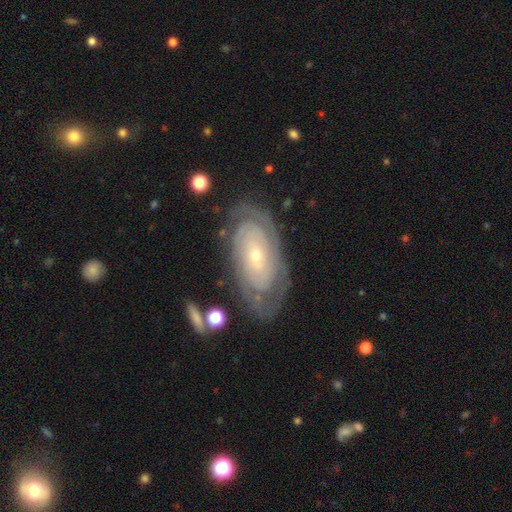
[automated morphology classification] smooth-or-featured: featured or disk: 81% | smooth: 13% | star or artifact: 6%
  disk-edge-on: no: 94% | yes: 6%
    bar: no: 78% | weak: 16% | strong: 6%
    has-spiral-arms: yes: 86% | no: 14%
      spiral-winding: tight: 82% | medium: 14% | loose: 4%
      spiral-arm-count: can't tell: 52% | 2: 21% | 3: 9% | 4: 7% | 1: 5% | more than 4: 5%
    bulge-size: small: 74% | moderate: 22% | large: 1% | none: 1% | dominant: 1%
  merging: none: 72% | minor disturbance: 17% | major disturbance: 8% | merger: 2%